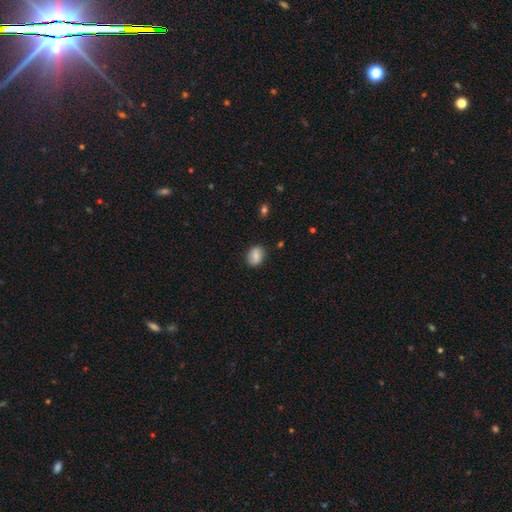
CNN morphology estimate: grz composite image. It shows a smooth galaxy with no disk features (82%) that is in between round and cigar-shaped (55%). Merging: none (84%).